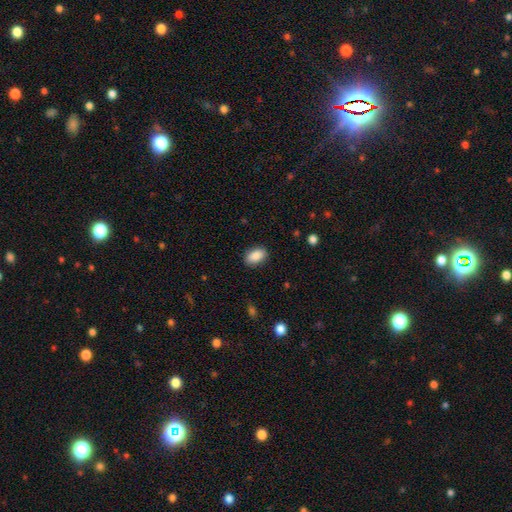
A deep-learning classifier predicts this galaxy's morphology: Smooth or featured? smooth (89%)
How rounded? in between (91%)
Merging? none (88%)